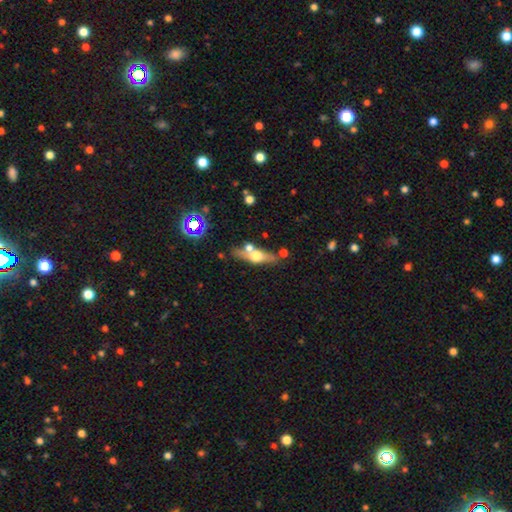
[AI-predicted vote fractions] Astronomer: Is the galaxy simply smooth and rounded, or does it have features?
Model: featured or disk — 56% (runner-up: smooth, 36%).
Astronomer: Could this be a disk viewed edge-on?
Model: yes — 84%.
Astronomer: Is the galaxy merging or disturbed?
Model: none — 68%.